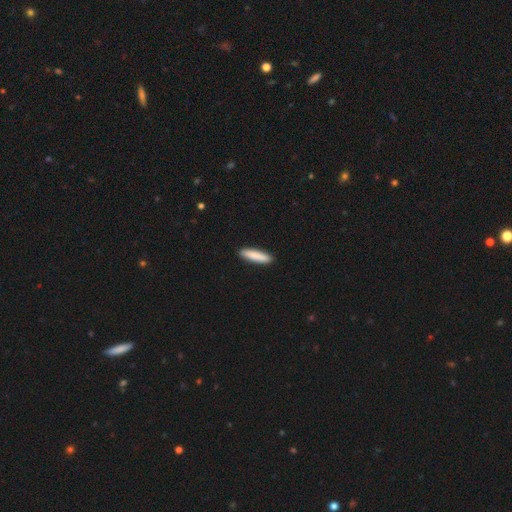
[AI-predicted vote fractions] Q: Smooth or featured?
A: smooth (87%); runner-up: featured or disk (8%)
Q: How rounded?
A: cigar-shaped (79%); runner-up: in between (19%)
Q: Merging?
A: none (91%); runner-up: minor disturbance (6%)